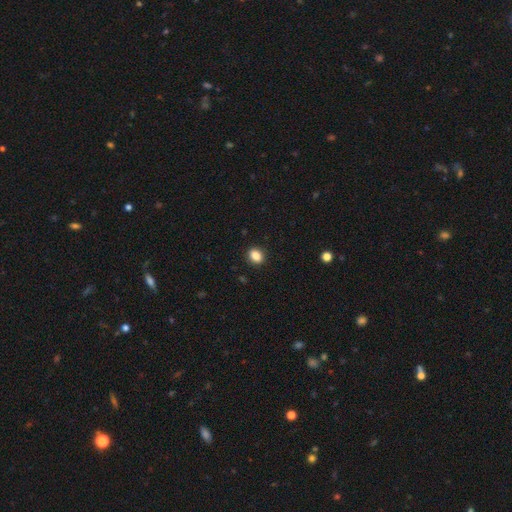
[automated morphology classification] smooth_or_featured: smooth (p=0.87) [alt: star or artifact p=0.09]
how_rounded: in between (p=0.54) [alt: round p=0.45]
merging: none (p=0.91) [alt: minor disturbance p=0.07]